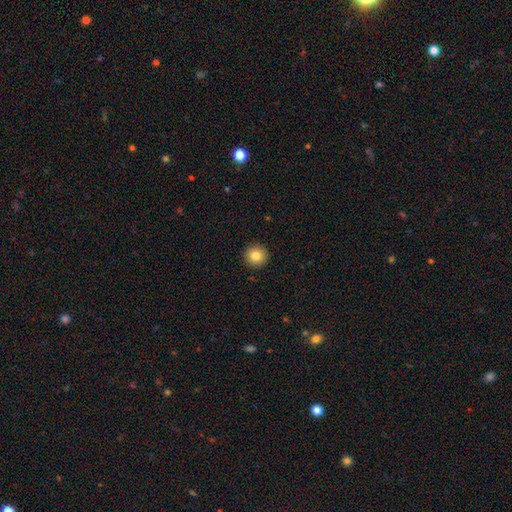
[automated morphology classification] Smooth or featured?
  - smooth: 83% *
  - star or artifact: 10%
  - featured or disk: 8%
How rounded?
  - round: 96% *
  - in between: 4%
  - cigar-shaped: 1%
Merging?
  - none: 93% *
  - minor disturbance: 5%
  - major disturbance: 1%
  - merger: 1%